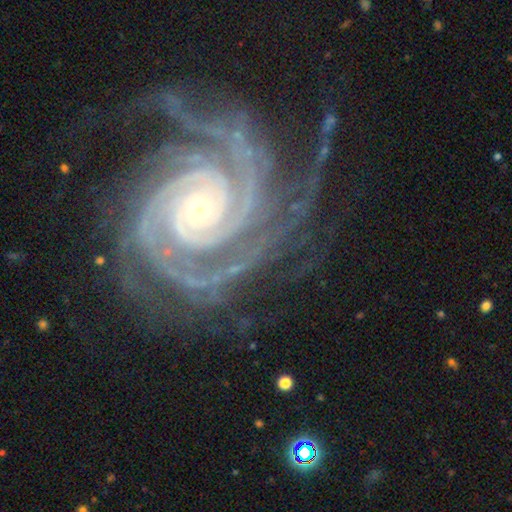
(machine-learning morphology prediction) A featured or disk galaxy (94%) with no bar (71%), 2 (24%) tight (81%) spiral arms (99%) and a small central bulge (77%).

Vote fractions:
- Smooth or featured? featured or disk: 94% / star or artifact: 4% / smooth: 2%
- Edge-on disk? no: 98% / yes: 2%
- Bar? no: 71% / weak: 16% / strong: 13%
- Spiral arms? yes: 99% / no: 1%
- Spiral winding? tight: 81% / medium: 17% / loose: 2%
- Spiral arm count? 2: 24% / 3: 22% / 4: 21% / more than 4: 14% / can't tell: 10% / 1: 8%
- Bulge size? small: 77% / moderate: 19% / large: 2% / none: 1% / dominant: 1%
- Merging? none: 66% / minor disturbance: 18% / major disturbance: 13% / merger: 3%